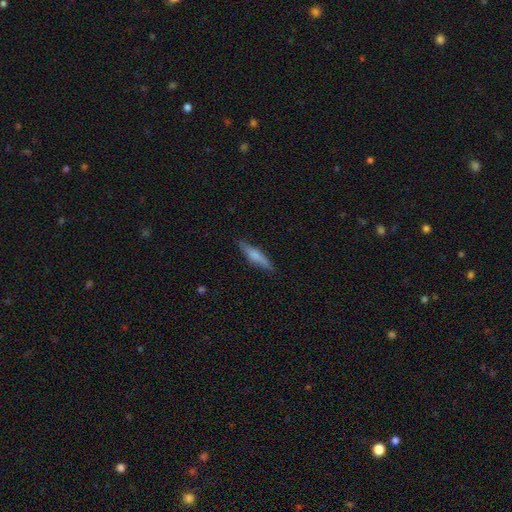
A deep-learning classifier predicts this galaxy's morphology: This appears to be a smooth galaxy with no disk features (63%) that is cigar-shaped (84%). Merging: none (85%).